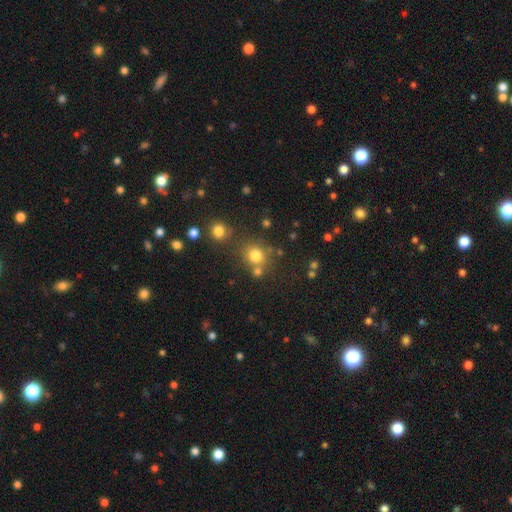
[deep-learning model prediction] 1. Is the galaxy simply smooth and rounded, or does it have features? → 77% smooth, 16% star or artifact, 7% featured or disk.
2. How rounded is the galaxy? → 83% round, 16% in between, 1% cigar-shaped.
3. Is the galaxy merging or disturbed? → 68% none, 17% merger, 11% minor disturbance, 4% major disturbance.